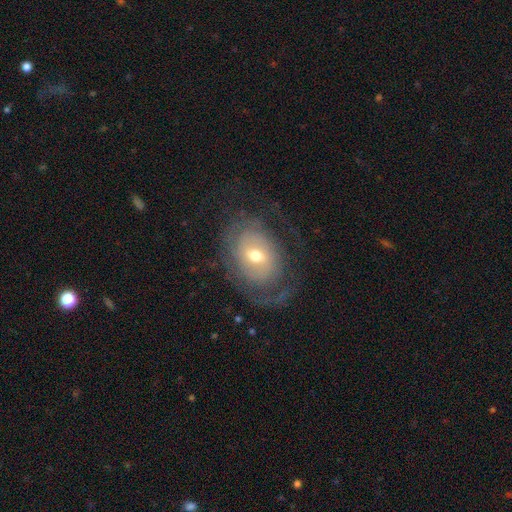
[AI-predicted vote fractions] Smooth or featured? Predicted: featured or disk (p=0.69). Edge-on disk? Predicted: no (p=0.95). Bar? Predicted: no (p=0.51). Spiral arms? Predicted: yes (p=0.75). Bulge size? Predicted: moderate (p=0.62). Merging? Predicted: none (p=0.59).